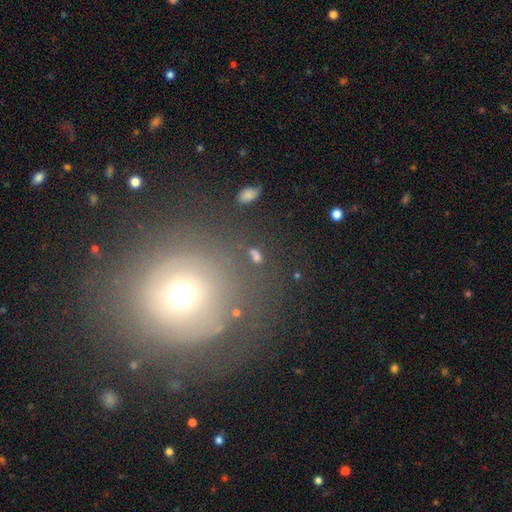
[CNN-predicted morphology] Smooth or featured: smooth — 64% (star or artifact — 25%)
How rounded: in between — 73% (round — 20%)
Merging: none — 66% (minor disturbance — 14%)